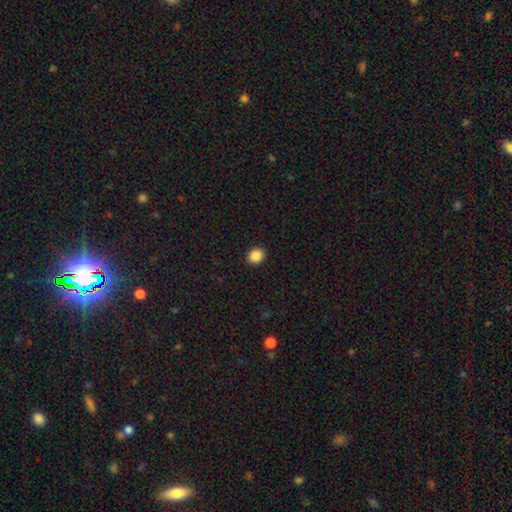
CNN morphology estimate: Smooth or featured: smooth — 87% (star or artifact — 9%)
How rounded: round — 70% (in between — 29%)
Merging: none — 92% (minor disturbance — 5%)